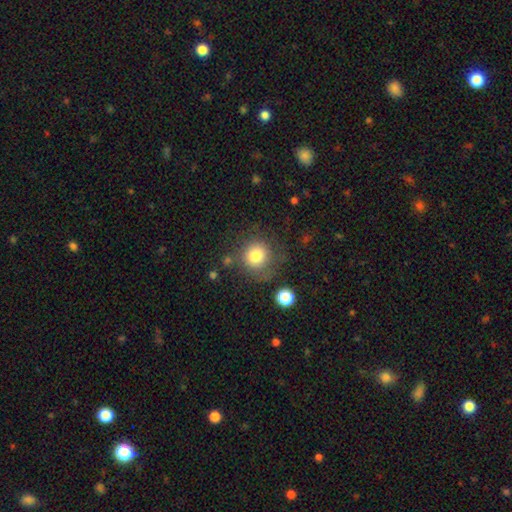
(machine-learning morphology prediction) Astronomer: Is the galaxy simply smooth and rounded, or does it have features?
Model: smooth — 80%.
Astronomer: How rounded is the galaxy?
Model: round — 90%.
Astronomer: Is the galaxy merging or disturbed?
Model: none — 69%.